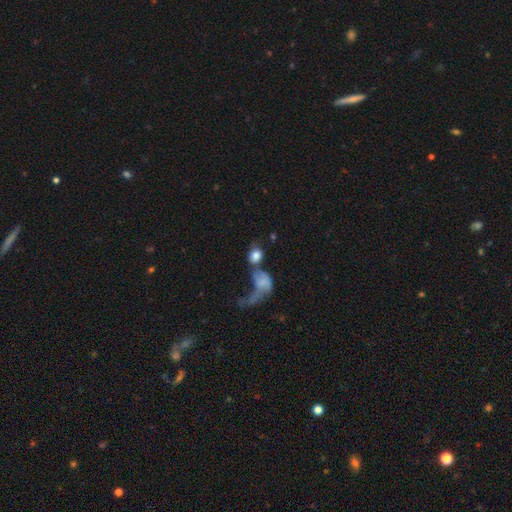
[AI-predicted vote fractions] smooth_or_featured: smooth (p=0.77) [alt: featured or disk p=0.14]
how_rounded: in between (p=0.53) [alt: round p=0.45]
merging: merger (p=0.49) [alt: none p=0.21]